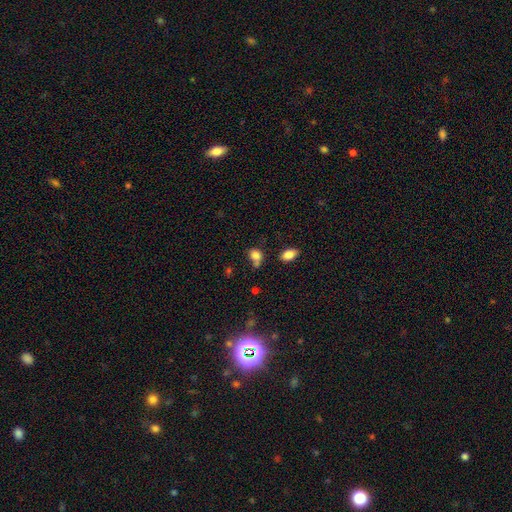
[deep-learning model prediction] This appears to be a smooth galaxy with no disk features (81%) that is in between round and cigar-shaped (55%). Merging: none (51%).